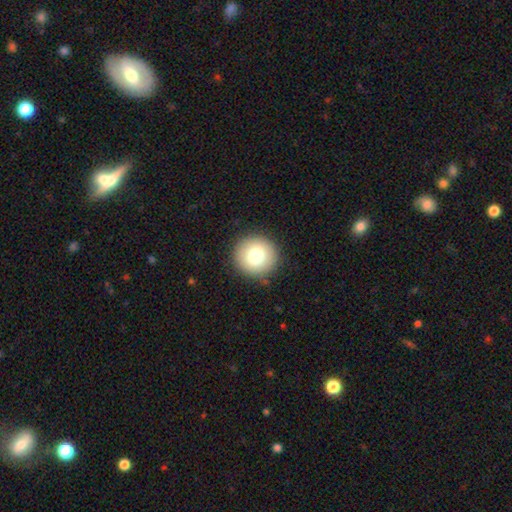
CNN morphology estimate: smooth_or_featured: smooth (p=0.75) [alt: featured or disk p=0.14]
how_rounded: round (p=0.95) [alt: in between p=0.04]
merging: none (p=0.91) [alt: minor disturbance p=0.06]